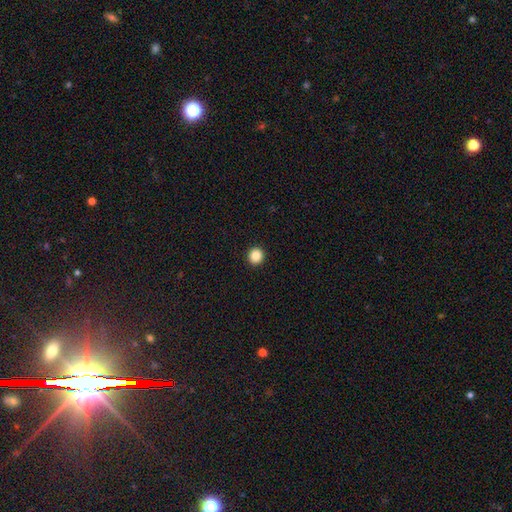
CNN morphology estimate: Overall: smooth (86%). How rounded: round (93%). Merging: none (94%).